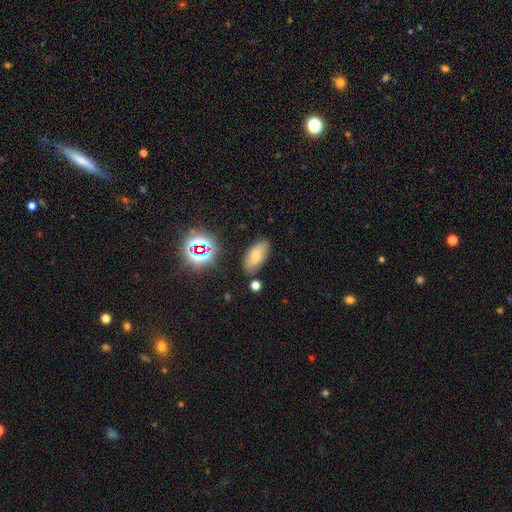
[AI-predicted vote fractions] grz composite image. It shows a smooth galaxy with no disk features (73%) that is in between round and cigar-shaped (91%). Merging: none (79%).